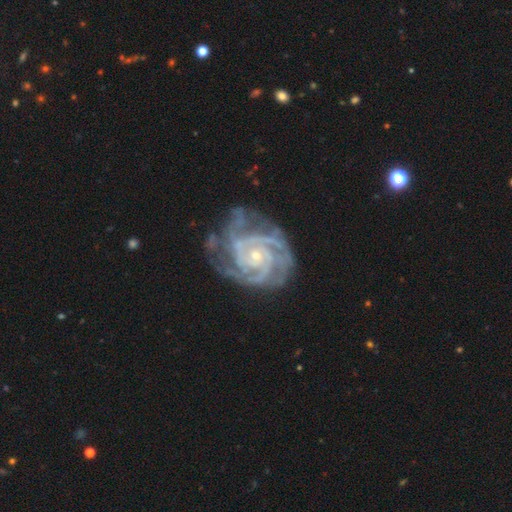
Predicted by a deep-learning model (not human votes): Smooth or featured? Predicted: featured or disk (p=0.92). Edge-on disk? Predicted: no (p=0.98). Bar? Predicted: no (p=0.72). Spiral arms? Predicted: yes (p=0.98). Spiral winding? Predicted: tight (p=0.72). Spiral arm count? Predicted: 3 (p=0.32). Bulge size? Predicted: small (p=0.77). Merging? Predicted: none (p=0.63).